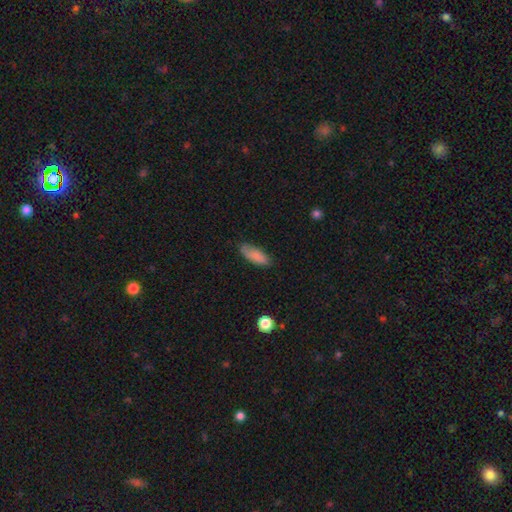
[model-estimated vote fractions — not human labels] This is clearly a smooth galaxy (85%). How rounded: likely in between (67%). Merging: likely none (77%).